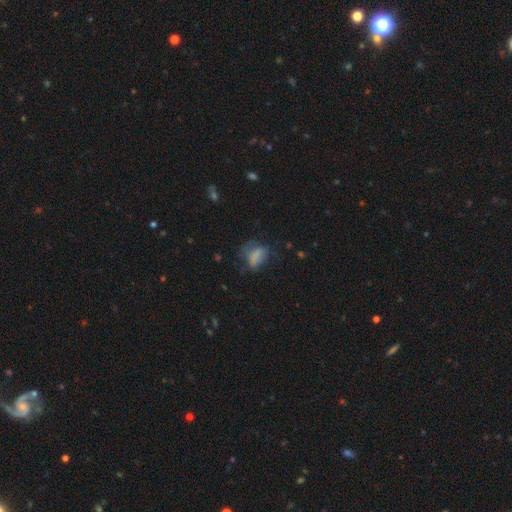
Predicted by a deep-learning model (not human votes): Smooth or featured: smooth — 71% (featured or disk — 17%)
How rounded: in between — 78% (round — 16%)
Merging: none — 43% (minor disturbance — 29%)